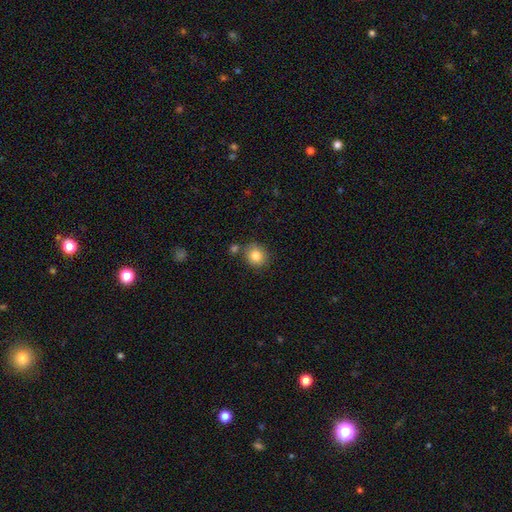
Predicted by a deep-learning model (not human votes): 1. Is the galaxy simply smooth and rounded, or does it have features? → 84% smooth, 9% star or artifact, 7% featured or disk.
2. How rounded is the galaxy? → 81% round, 18% in between, 1% cigar-shaped.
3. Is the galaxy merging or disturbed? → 75% none, 12% minor disturbance, 11% merger, 3% major disturbance.